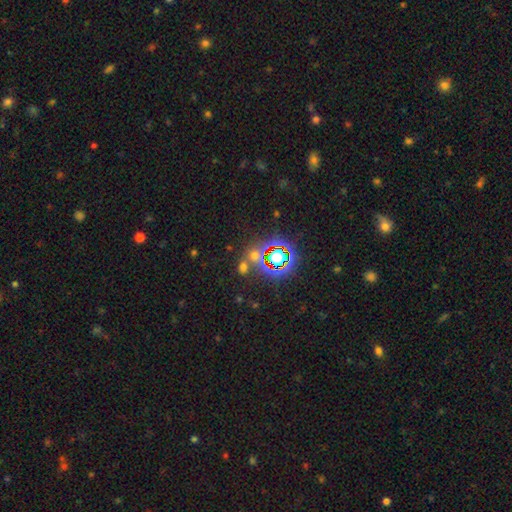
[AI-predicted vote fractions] smooth_or_featured: star or artifact (p=0.63) [alt: smooth p=0.27]